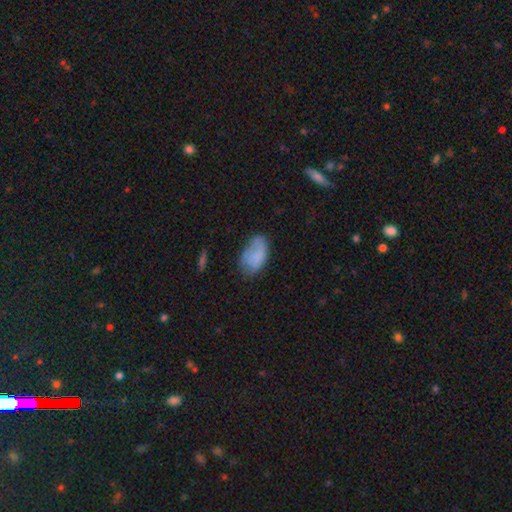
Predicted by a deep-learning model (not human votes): A smooth galaxy with no disk features (74%) that is in between round and cigar-shaped (93%).

Vote fractions:
- Smooth or featured? smooth: 74% / featured or disk: 18% / star or artifact: 8%
- How rounded? in between: 93% / round: 5% / cigar-shaped: 2%
- Merging? none: 49% / minor disturbance: 33% / major disturbance: 15% / merger: 3%